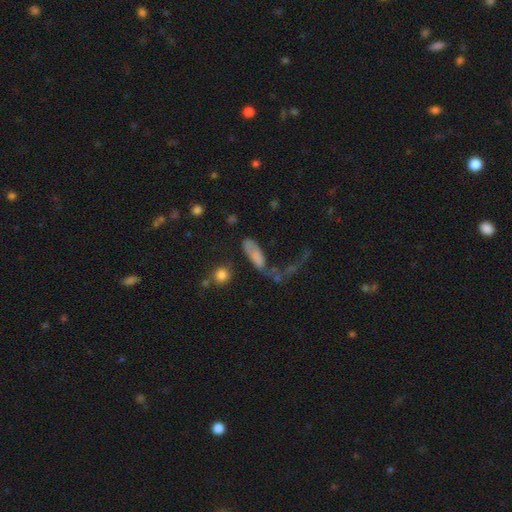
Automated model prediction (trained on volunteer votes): Smooth or featured? smooth (64%)
How rounded? in between (65%)
Merging? none (31%)